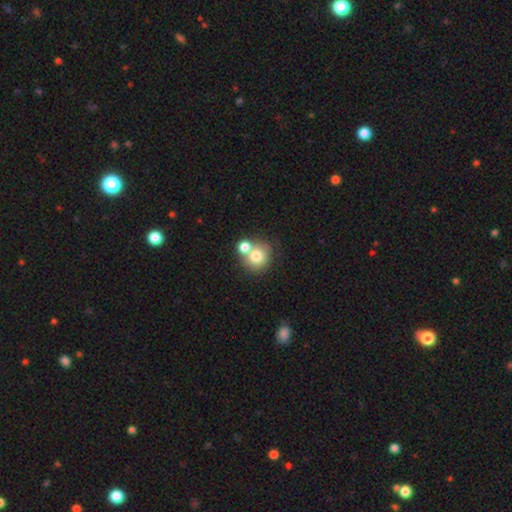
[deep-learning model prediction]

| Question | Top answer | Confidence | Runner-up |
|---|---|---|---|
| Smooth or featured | smooth | 76% | featured or disk (14%) |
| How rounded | round | 85% | in between (14%) |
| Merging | none | 45% | merger (44%) |